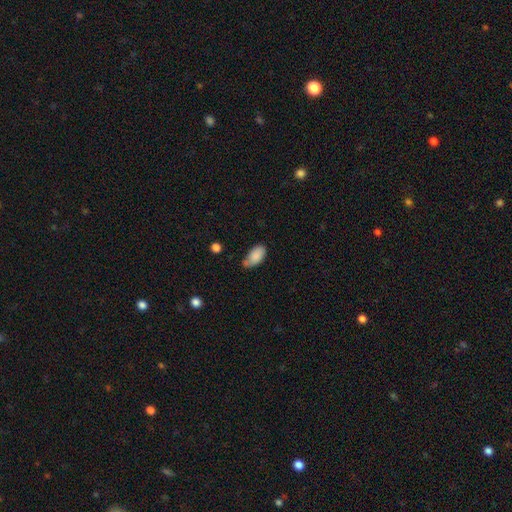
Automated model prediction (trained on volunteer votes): Smooth or featured: smooth — 85% (featured or disk — 8%)
How rounded: in between — 94% (cigar-shaped — 3%)
Merging: none — 53% (minor disturbance — 34%)